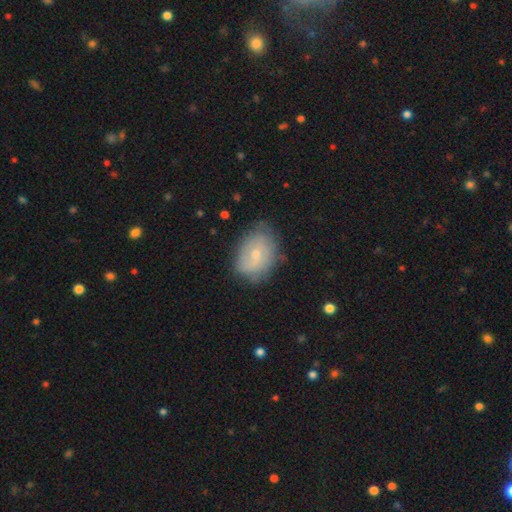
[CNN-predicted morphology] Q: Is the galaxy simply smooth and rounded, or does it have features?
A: featured or disk — 49%.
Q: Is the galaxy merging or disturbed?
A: none — 68%.